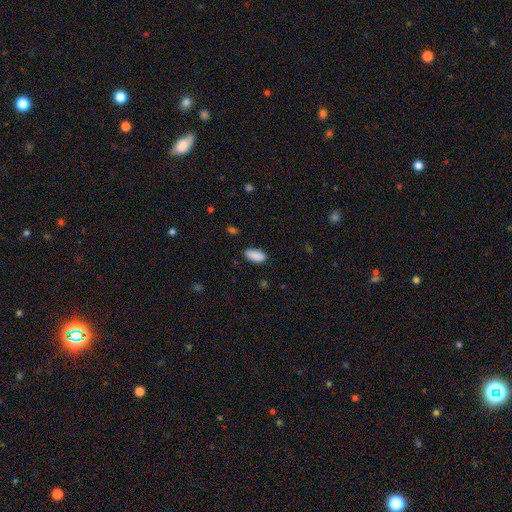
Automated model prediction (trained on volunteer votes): Morphology: type=smooth (89%); roundness=in between (89%); merging=none (81%).